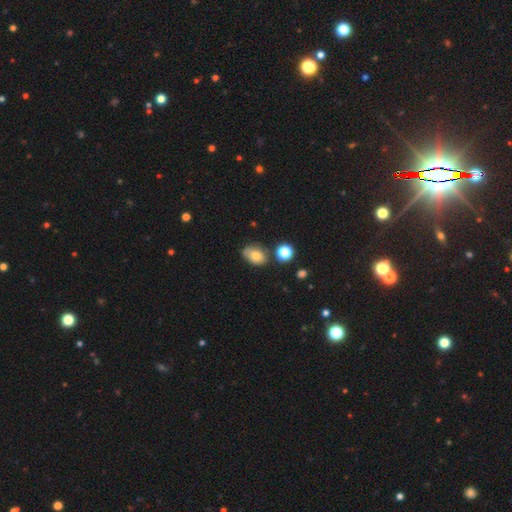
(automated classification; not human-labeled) This appears to be a smooth galaxy with no disk features (73%) that is in between round and cigar-shaped (79%). Merging: none (65%).